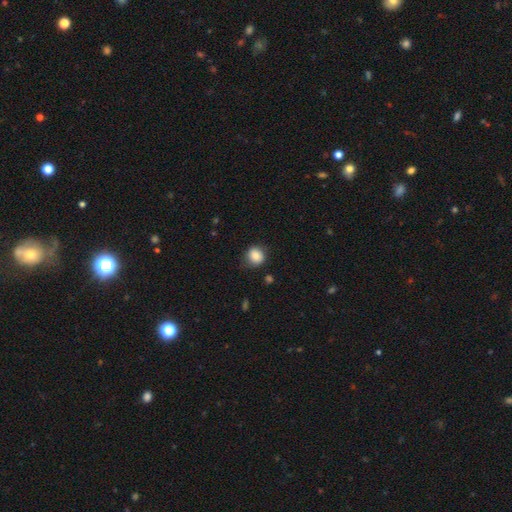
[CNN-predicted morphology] A smooth galaxy with no disk features (81%) that is round (81%). Merging: none (76%).